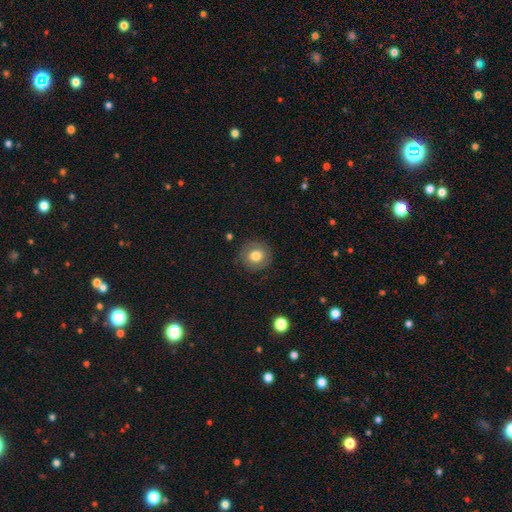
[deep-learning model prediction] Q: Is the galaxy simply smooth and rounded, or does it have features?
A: smooth — 72%.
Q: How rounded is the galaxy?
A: round — 89%.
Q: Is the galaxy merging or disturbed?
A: none — 85%.